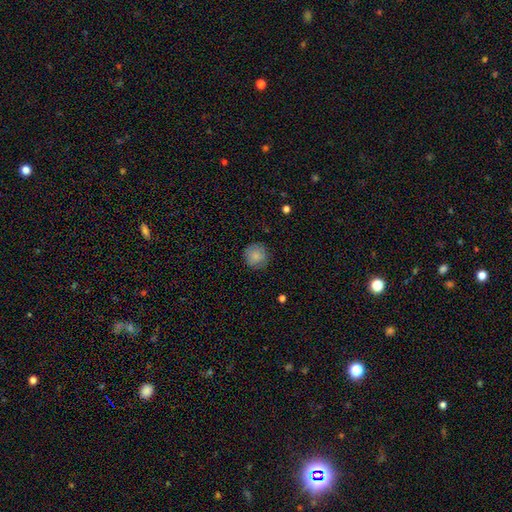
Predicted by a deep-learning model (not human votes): This appears to be a smooth galaxy with no disk features (85%) that is round (94%). Merging: none (86%).